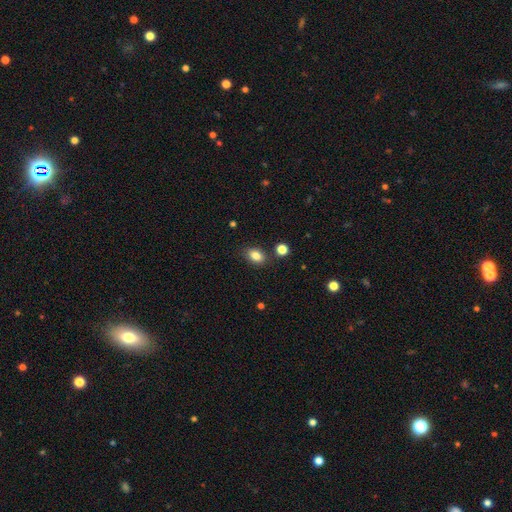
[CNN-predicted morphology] This is clearly a smooth galaxy (84%). How rounded: likely in between (78%). Merging: clearly none (81%).